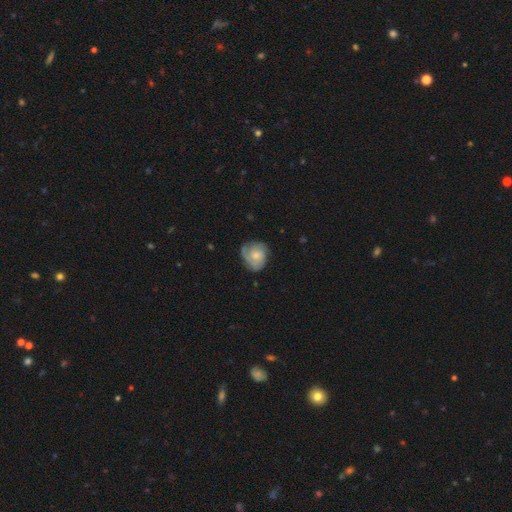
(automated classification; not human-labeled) Q: Smooth or featured?
A: featured or disk (57%); runner-up: smooth (36%)
Q: Edge-on disk?
A: no (97%); runner-up: yes (3%)
Q: Bar?
A: no (78%); runner-up: weak (19%)
Q: Spiral arms?
A: yes (85%); runner-up: no (15%)
Q: Bulge size?
A: moderate (45%); runner-up: small (43%)
Q: Merging?
A: none (63%); runner-up: minor disturbance (25%)